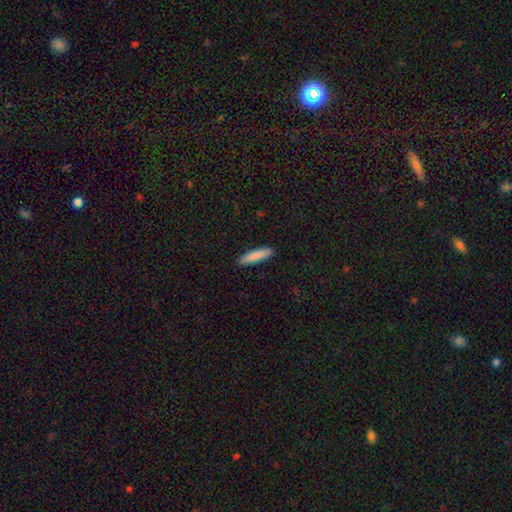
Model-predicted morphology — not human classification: A smooth galaxy with no disk features (85%) that is cigar-shaped (85%). Merging: none (89%).